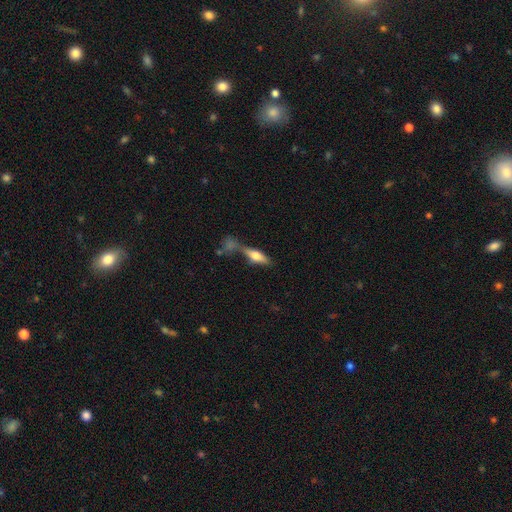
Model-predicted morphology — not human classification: smooth 55%, featured or disk 37%, star or artifact 8%. Down the decision tree: how rounded — in between (49%); merging — none (49%).